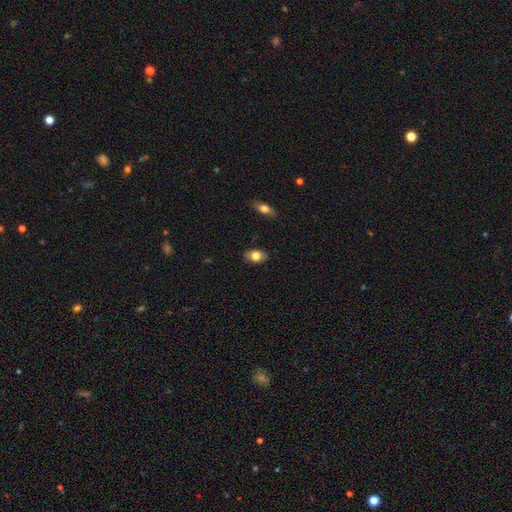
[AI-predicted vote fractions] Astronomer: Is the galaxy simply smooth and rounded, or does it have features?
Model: smooth — 76%.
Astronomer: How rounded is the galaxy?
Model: in between — 85%.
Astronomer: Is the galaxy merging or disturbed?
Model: none — 84%.